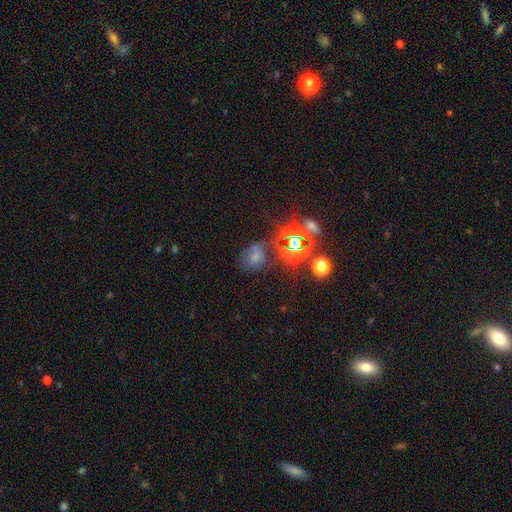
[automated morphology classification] A smooth galaxy with no disk features (50%) that is in between round and cigar-shaped (50%).

Vote fractions:
- Smooth or featured? smooth: 50% / star or artifact: 35% / featured or disk: 14%
- How rounded? in between: 50% / round: 49% / cigar-shaped: 2%
- Merging? none: 55% / minor disturbance: 22% / major disturbance: 15% / merger: 8%